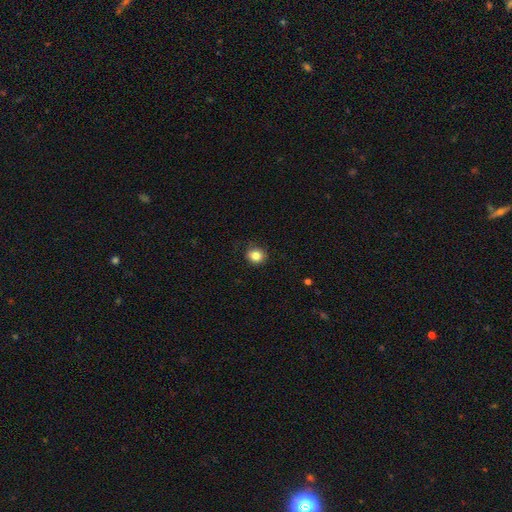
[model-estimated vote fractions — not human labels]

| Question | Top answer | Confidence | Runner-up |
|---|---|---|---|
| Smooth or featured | smooth | 84% | star or artifact (11%) |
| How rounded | round | 77% | in between (23%) |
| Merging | none | 82% | minor disturbance (14%) |